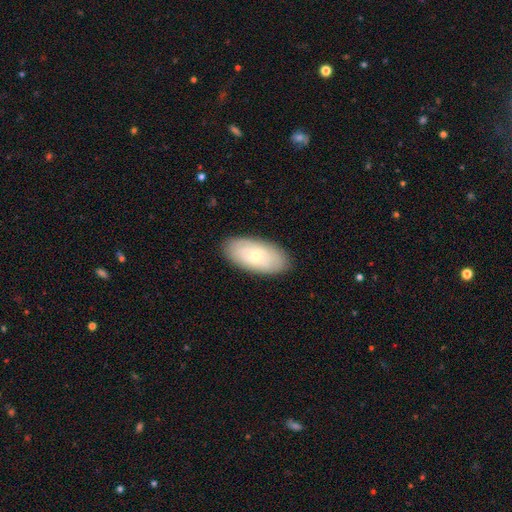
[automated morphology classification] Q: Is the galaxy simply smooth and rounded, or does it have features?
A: smooth — 53%.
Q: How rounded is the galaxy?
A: in between — 91%.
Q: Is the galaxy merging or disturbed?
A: none — 86%.